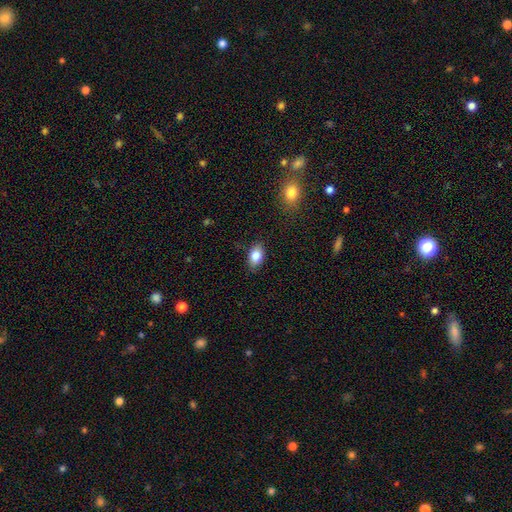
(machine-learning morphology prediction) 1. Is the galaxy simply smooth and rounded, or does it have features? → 82% smooth, 10% featured or disk, 8% star or artifact.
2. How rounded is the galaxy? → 88% in between, 10% round, 2% cigar-shaped.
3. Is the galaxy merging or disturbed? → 85% none, 12% minor disturbance, 2% major disturbance, 1% merger.